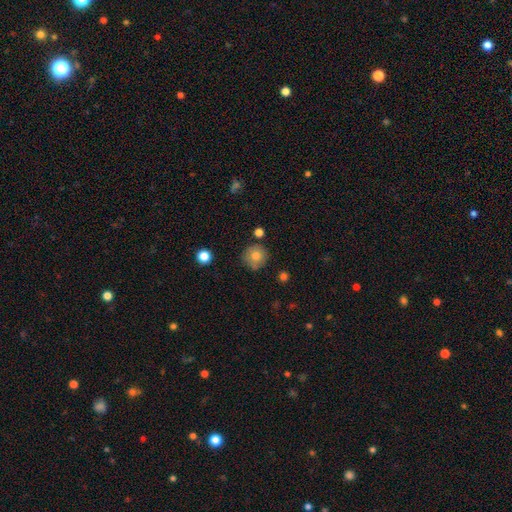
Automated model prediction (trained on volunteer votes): Smooth or featured? Predicted: smooth (p=0.77). How rounded? Predicted: round (p=0.93). Merging? Predicted: none (p=0.79).